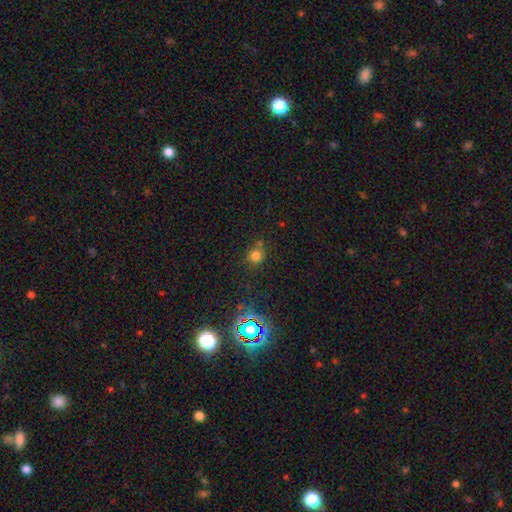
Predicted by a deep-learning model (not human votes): smooth 72%, star or artifact 21%, featured or disk 7%. Down the decision tree: how rounded — round (86%); merging — none (68%).